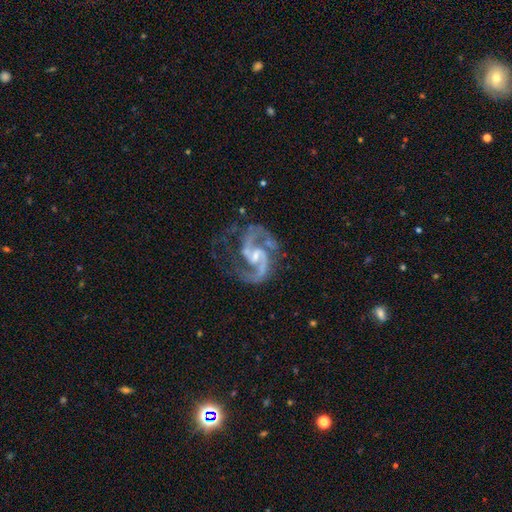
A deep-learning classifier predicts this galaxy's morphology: Q: Smooth or featured?
A: featured or disk (93%); runner-up: star or artifact (5%)
Q: Edge-on disk?
A: no (98%); runner-up: yes (2%)
Q: Bar?
A: weak (53%); runner-up: no (29%)
Q: Spiral arms?
A: yes (98%); runner-up: no (2%)
Q: Spiral winding?
A: medium (64%); runner-up: loose (23%)
Q: Spiral arm count?
A: 2 (92%); runner-up: 3 (2%)
Q: Bulge size?
A: small (54%); runner-up: moderate (30%)
Q: Merging?
A: none (61%); runner-up: minor disturbance (19%)